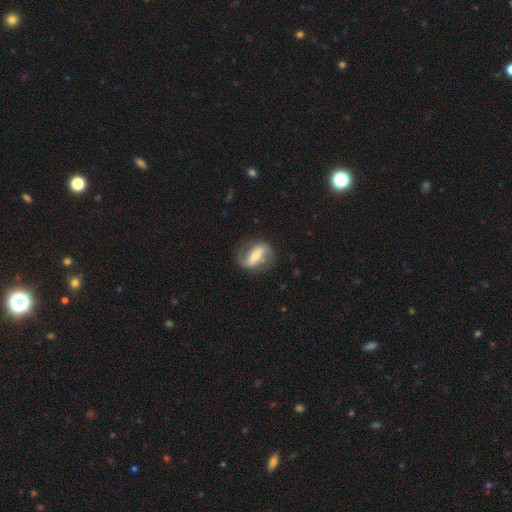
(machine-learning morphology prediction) Smooth or featured? featured or disk (74%)
Edge-on disk? no (91%)
Bar? strong (61%)
Spiral arms? yes (80%)
Spiral winding? medium (39%)
Spiral arm count? 2 (84%)
Bulge size? moderate (57%)
Merging? none (76%)